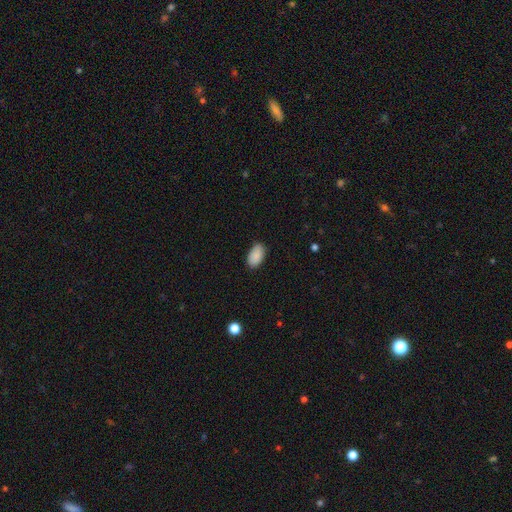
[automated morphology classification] Smooth or featured? smooth (89%)
How rounded? in between (94%)
Merging? none (85%)